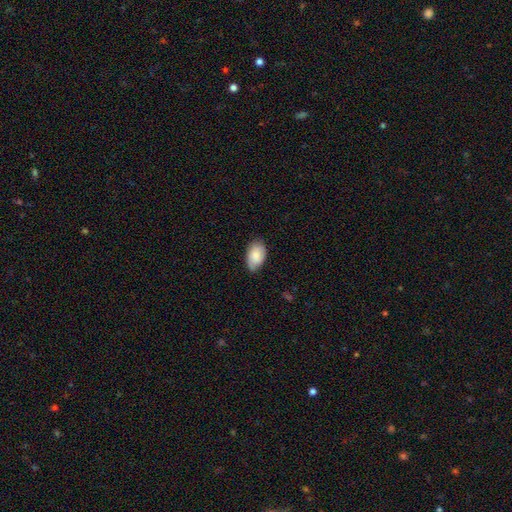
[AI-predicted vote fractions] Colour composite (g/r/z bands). It shows a smooth galaxy with no disk features (81%) that is in between round and cigar-shaped (93%). Merging: none (74%).